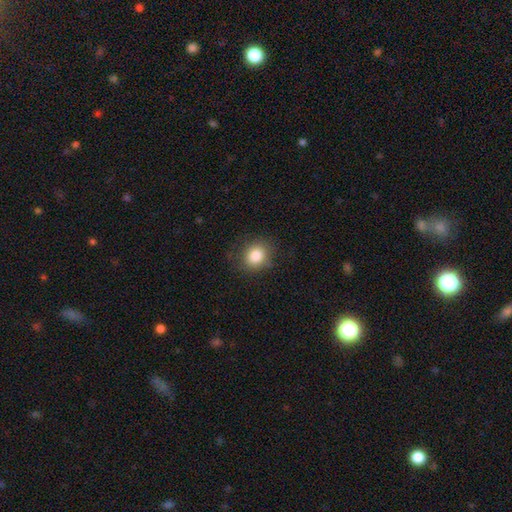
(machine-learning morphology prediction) Smooth or featured: smooth — 83% (star or artifact — 10%)
How rounded: round — 70% (in between — 29%)
Merging: none — 81% (minor disturbance — 13%)